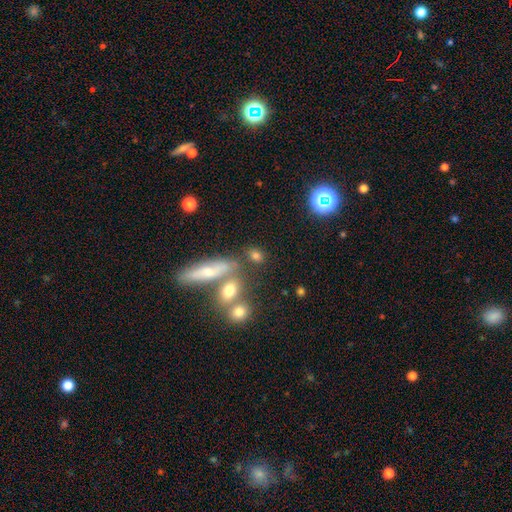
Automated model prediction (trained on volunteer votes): Q: Smooth or featured?
A: smooth (74%); runner-up: featured or disk (13%)
Q: How rounded?
A: in between (52%); runner-up: round (34%)
Q: Merging?
A: none (65%); runner-up: merger (19%)